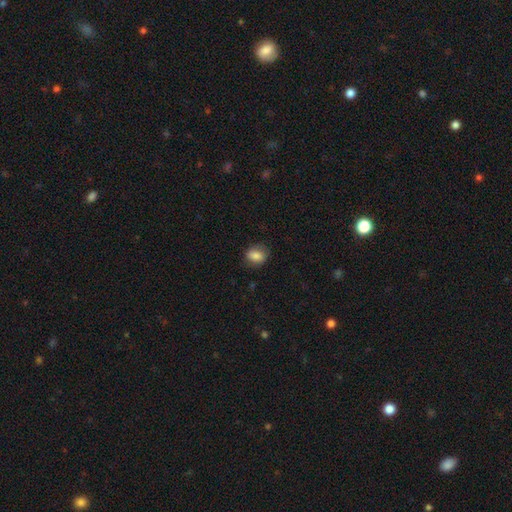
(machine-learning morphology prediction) smooth 82%, featured or disk 10%, star or artifact 8%. Down the decision tree: how rounded — in between (56%); merging — none (76%).